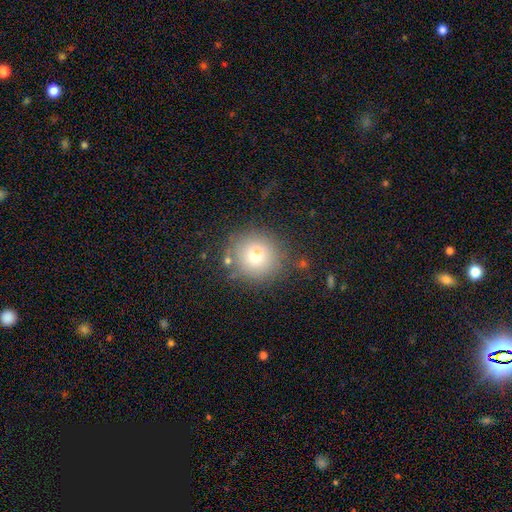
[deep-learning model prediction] smooth-or-featured: smooth: 69% | featured or disk: 16% | star or artifact: 14%
  how-rounded: round: 90% | in between: 9% | cigar-shaped: 1%
  merging: none: 72% | minor disturbance: 12% | merger: 11% | major disturbance: 5%